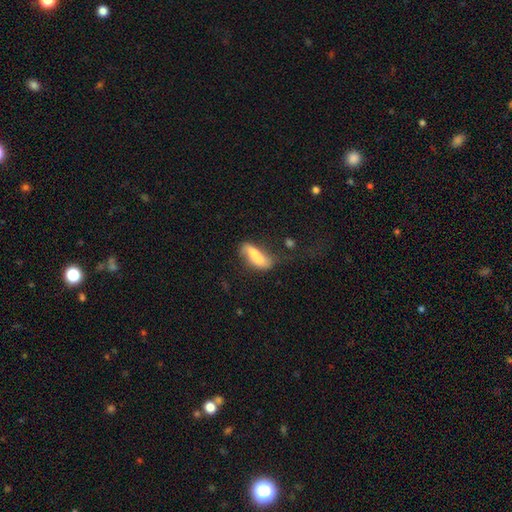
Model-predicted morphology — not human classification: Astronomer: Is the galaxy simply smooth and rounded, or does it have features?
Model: smooth — 56% (runner-up: featured or disk, 37%).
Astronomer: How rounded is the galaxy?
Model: in between — 65%.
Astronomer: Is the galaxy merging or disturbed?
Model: merger — 36% (runner-up: none, 32%).